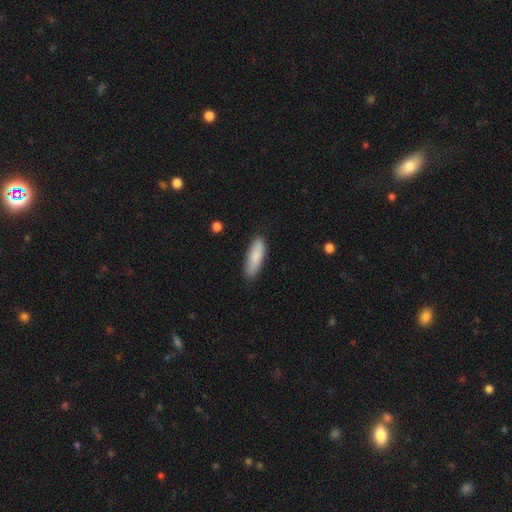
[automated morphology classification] Overall: smooth (86%). How rounded: cigar-shaped (52%; in between 46%). Merging: none (85%).